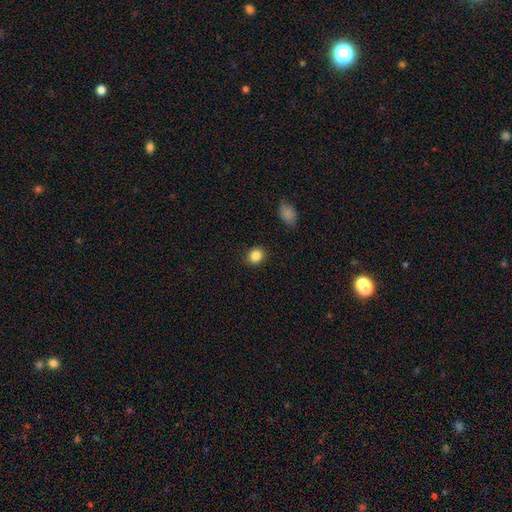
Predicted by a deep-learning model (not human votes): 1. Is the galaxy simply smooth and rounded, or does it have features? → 85% smooth, 10% star or artifact, 5% featured or disk.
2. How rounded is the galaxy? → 79% round, 20% in between, 1% cigar-shaped.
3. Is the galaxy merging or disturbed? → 90% none, 7% minor disturbance, 2% major disturbance, 1% merger.